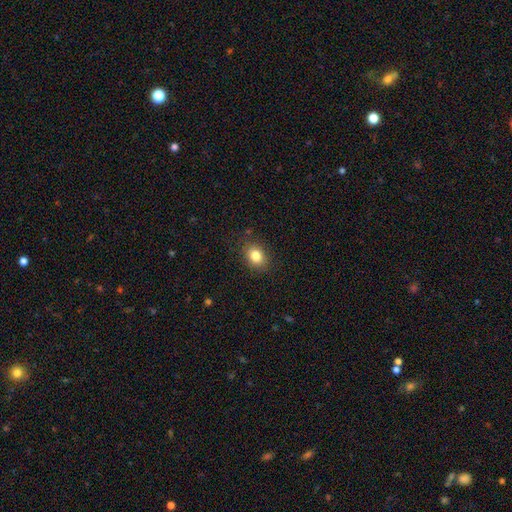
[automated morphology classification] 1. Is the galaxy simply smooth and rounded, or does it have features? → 82% smooth, 10% star or artifact, 7% featured or disk.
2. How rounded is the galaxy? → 59% in between, 40% round, 1% cigar-shaped.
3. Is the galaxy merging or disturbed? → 86% none, 10% minor disturbance, 3% major disturbance, 1% merger.